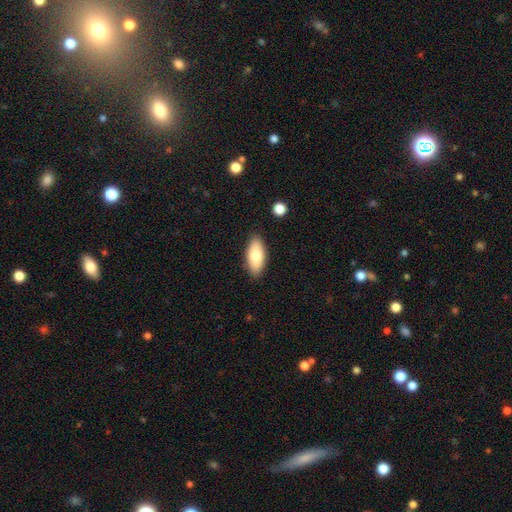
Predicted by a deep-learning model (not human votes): This is likely a smooth galaxy (80%). How rounded: clearly in between (84%). Merging: clearly none (87%).